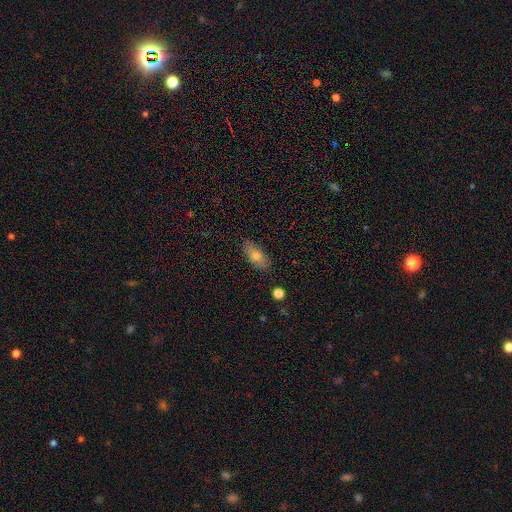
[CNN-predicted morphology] This is likely a smooth galaxy (70%). How rounded: clearly in between (81%). Merging: clearly none (85%).